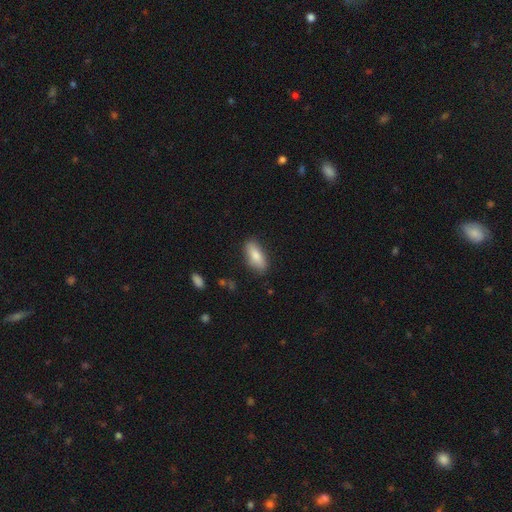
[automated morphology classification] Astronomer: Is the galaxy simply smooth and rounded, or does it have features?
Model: smooth — 82%.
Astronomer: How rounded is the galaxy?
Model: in between — 79%.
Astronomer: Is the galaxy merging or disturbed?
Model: none — 83%.